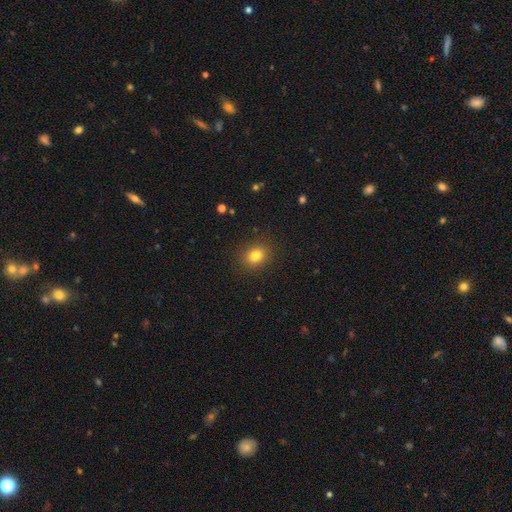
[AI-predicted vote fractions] Smooth or featured? smooth (81%)
How rounded? round (66%)
Merging? none (89%)